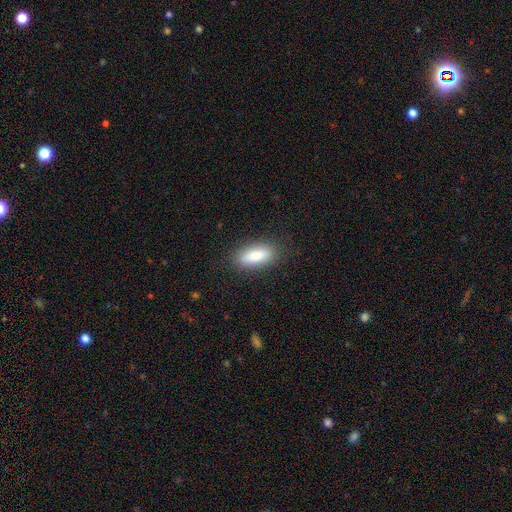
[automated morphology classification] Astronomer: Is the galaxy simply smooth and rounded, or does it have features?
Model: smooth — 82%.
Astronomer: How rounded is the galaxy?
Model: in between — 72%.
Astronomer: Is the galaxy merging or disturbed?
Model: none — 85%.